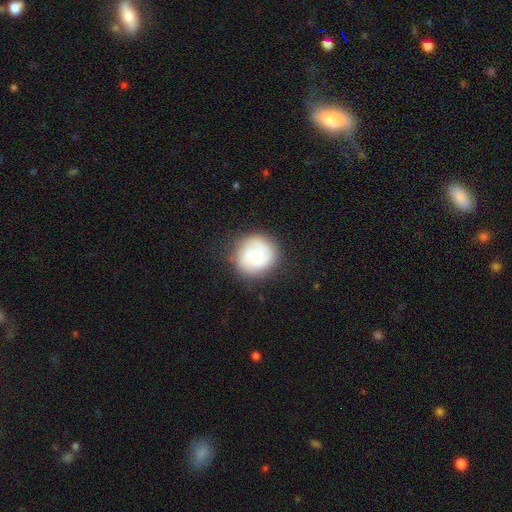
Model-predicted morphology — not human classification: Smooth or featured? Predicted: smooth (p=0.52). How rounded? Predicted: round (p=0.89). Merging? Predicted: none (p=0.76).